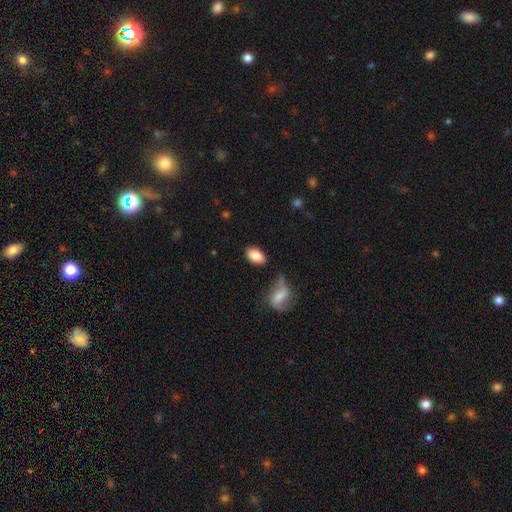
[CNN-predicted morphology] Q: Smooth or featured?
A: smooth (85%); runner-up: featured or disk (8%)
Q: How rounded?
A: in between (90%); runner-up: round (9%)
Q: Merging?
A: none (78%); runner-up: minor disturbance (13%)